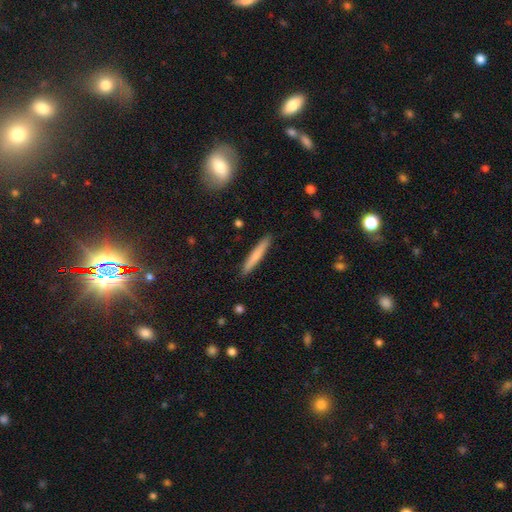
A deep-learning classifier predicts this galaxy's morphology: The model was most divided on "smooth or featured": smooth: 72%, featured or disk: 23%, star or artifact: 6%. More confident: how rounded — cigar-shaped (95%); merging — none (91%).